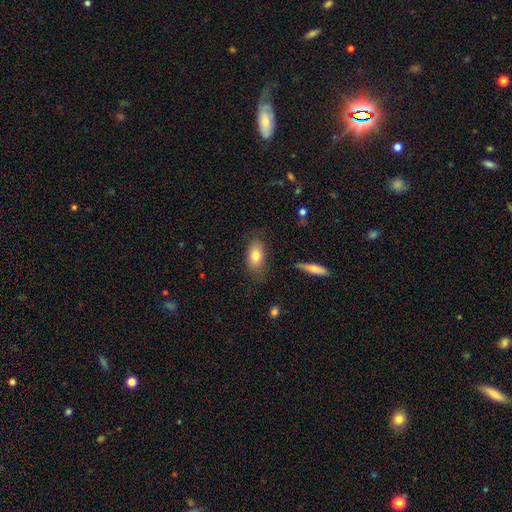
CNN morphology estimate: smooth_or_featured: smooth (p=0.77) [alt: featured or disk p=0.15]
how_rounded: in between (p=0.89) [alt: round p=0.07]
merging: none (p=0.76) [alt: minor disturbance p=0.17]